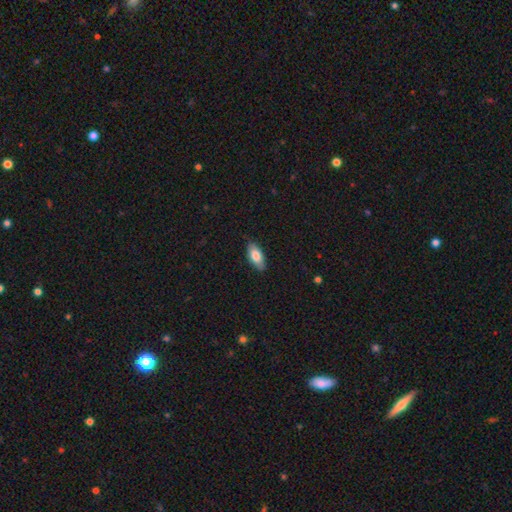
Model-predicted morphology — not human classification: Smooth or featured: smooth — 79% (featured or disk — 15%)
How rounded: in between — 89% (cigar-shaped — 9%)
Merging: none — 86% (minor disturbance — 11%)